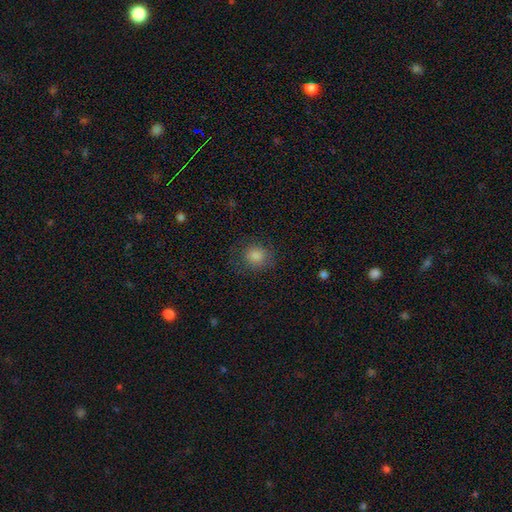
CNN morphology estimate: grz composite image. It shows a smooth galaxy with no disk features (81%) that is round (83%). Merging: none (78%).